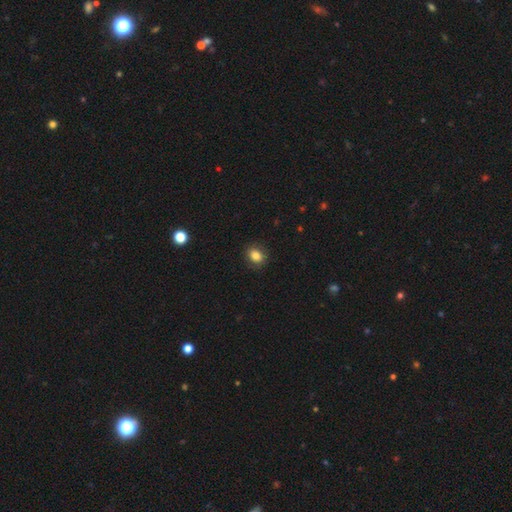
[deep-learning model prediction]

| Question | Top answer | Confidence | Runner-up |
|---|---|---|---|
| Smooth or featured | smooth | 84% | star or artifact (10%) |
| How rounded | in between | 50% | round (49%) |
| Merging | none | 87% | minor disturbance (9%) |